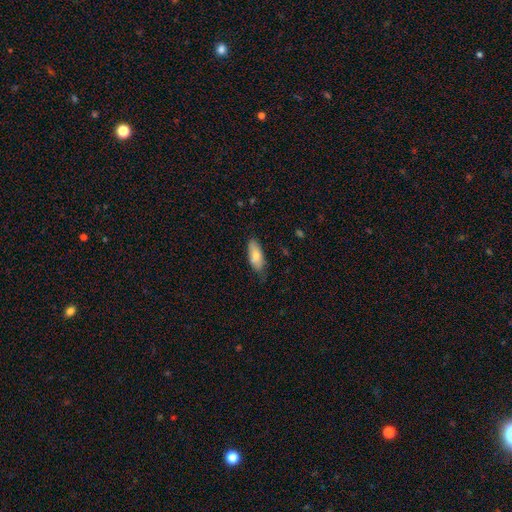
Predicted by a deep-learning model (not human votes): Smooth or featured? smooth (77%)
How rounded? in between (80%)
Merging? none (72%)